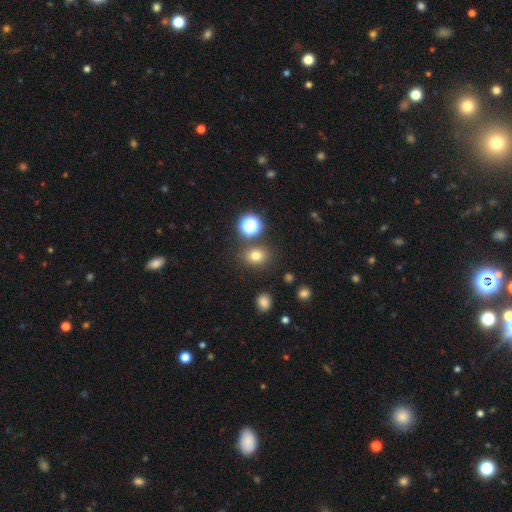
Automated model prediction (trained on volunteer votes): A smooth galaxy with no disk features (75%) that is round (56%). Merging: none (80%).